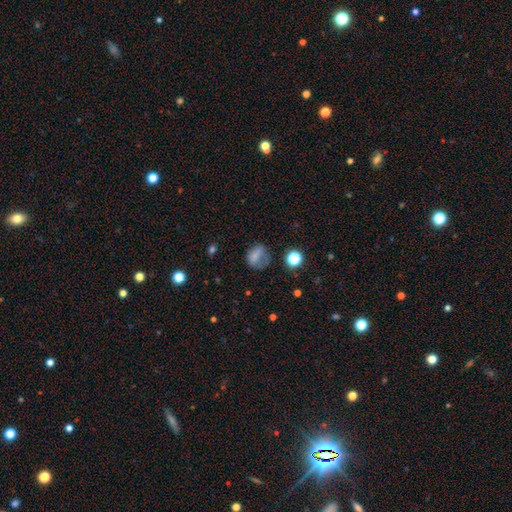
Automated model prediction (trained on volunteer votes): smooth-or-featured: smooth: 67% | featured or disk: 17% | star or artifact: 16%
  how-rounded: round: 54% | in between: 44% | cigar-shaped: 2%
  merging: none: 47% | minor disturbance: 27% | major disturbance: 22% | merger: 4%